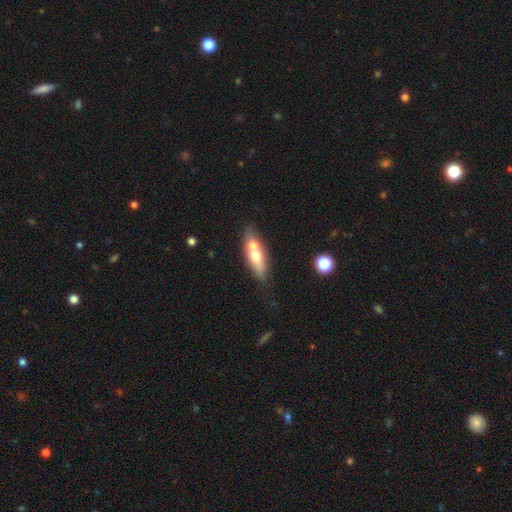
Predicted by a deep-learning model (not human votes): Smooth or featured?
  - smooth: 55% *
  - featured or disk: 37%
  - star or artifact: 7%
How rounded?
  - in between: 50% *
  - cigar-shaped: 45%
  - round: 5%
Merging?
  - none: 43% *
  - merger: 40%
  - minor disturbance: 13%
  - major disturbance: 5%